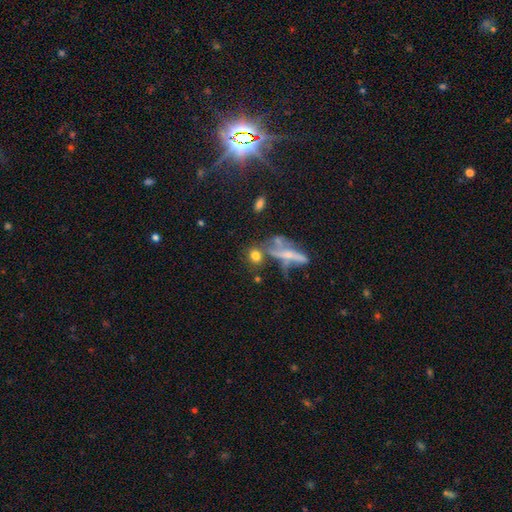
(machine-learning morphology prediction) A smooth galaxy with no disk features (70%) that is round (64%). Merging: none (54%).